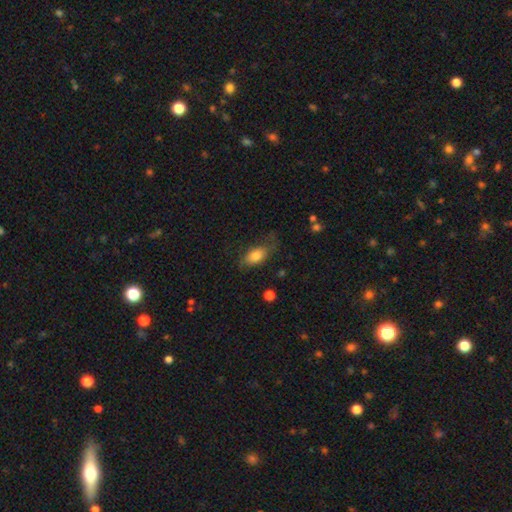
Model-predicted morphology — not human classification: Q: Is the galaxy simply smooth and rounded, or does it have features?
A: smooth — 77%.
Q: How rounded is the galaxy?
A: in between — 87%.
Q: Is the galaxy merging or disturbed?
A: none — 58%.